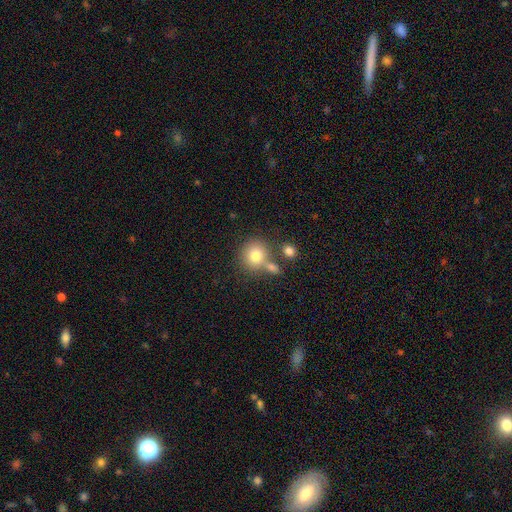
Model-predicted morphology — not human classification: A smooth galaxy with no disk features (77%) that is round (84%). Merging: none (59%).